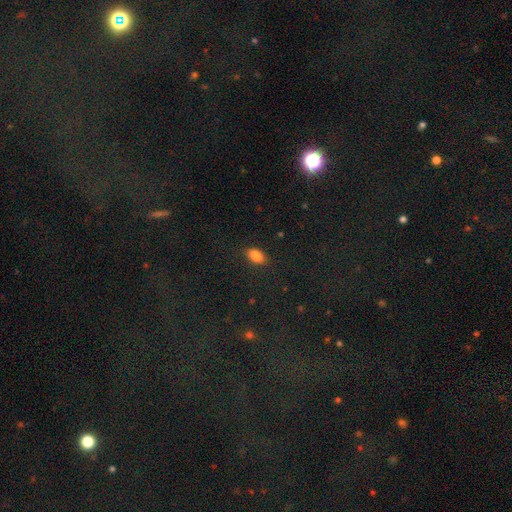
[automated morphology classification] smooth_or_featured: smooth (p=0.86) [alt: star or artifact p=0.10]
how_rounded: in between (p=0.90) [alt: round p=0.07]
merging: none (p=0.84) [alt: minor disturbance p=0.11]